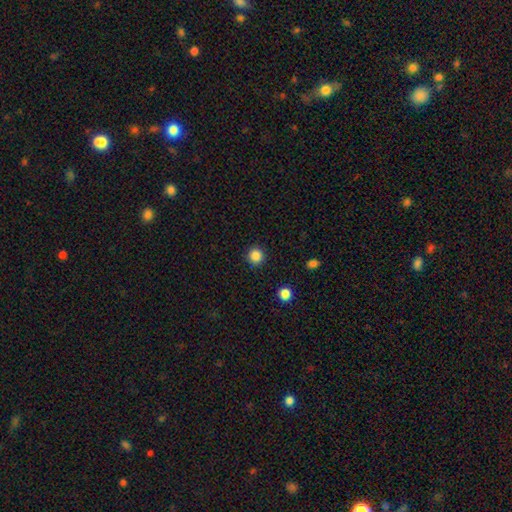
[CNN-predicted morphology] smooth-or-featured: smooth: 85% | star or artifact: 11% | featured or disk: 4%
  how-rounded: round: 95% | in between: 4% | cigar-shaped: 1%
  merging: none: 92% | minor disturbance: 5% | major disturbance: 2% | merger: 1%